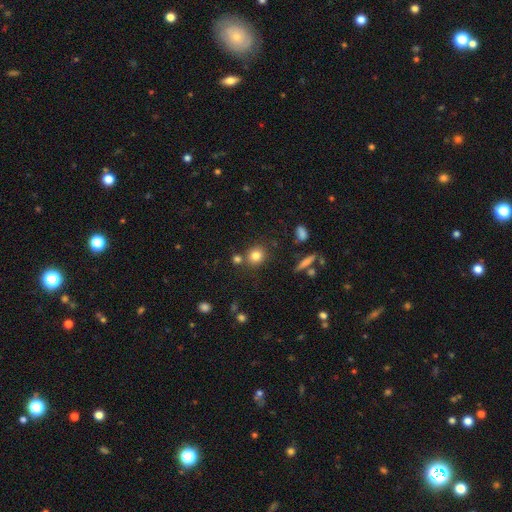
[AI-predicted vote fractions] Morphology: type=smooth (80%); roundness=round (82%); merging=none (75%).